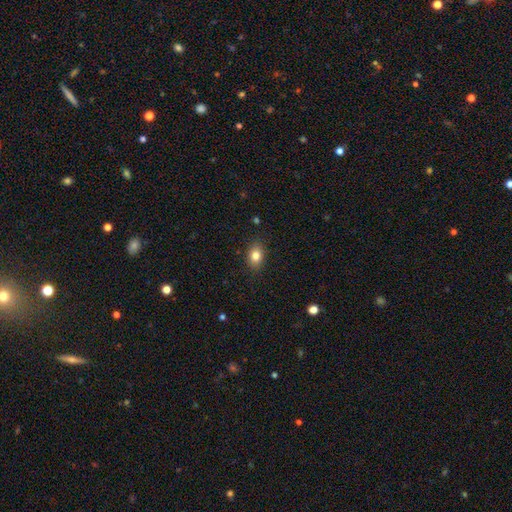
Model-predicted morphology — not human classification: This is clearly a smooth galaxy (82%). How rounded: likely in between (77%). Merging: clearly none (86%).